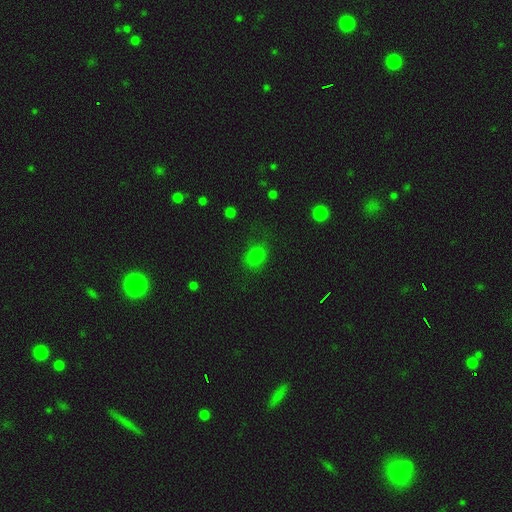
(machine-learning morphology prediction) This is clearly a smooth galaxy (80%). How rounded: possibly in between (51%). Merging: likely none (73%).